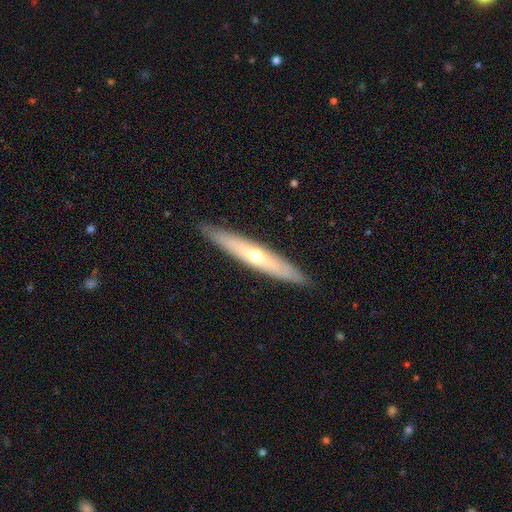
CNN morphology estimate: smooth_or_featured: featured or disk (p=0.57) [alt: smooth p=0.37]
disk_edge_on: yes (p=0.83) [alt: no p=0.17]
merging: none (p=0.89) [alt: minor disturbance p=0.08]